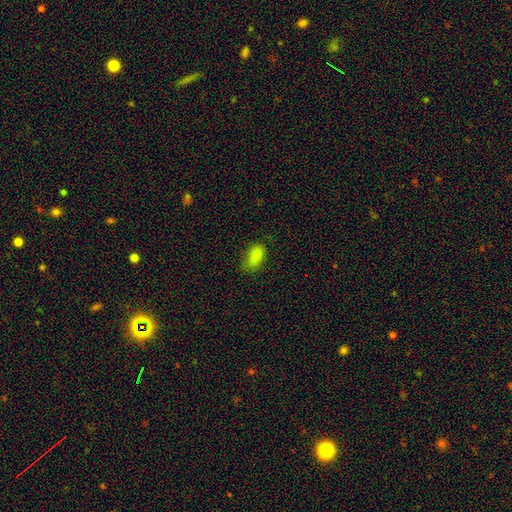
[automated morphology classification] This is clearly a smooth galaxy (85%). How rounded: clearly in between (90%). Merging: likely none (64%).